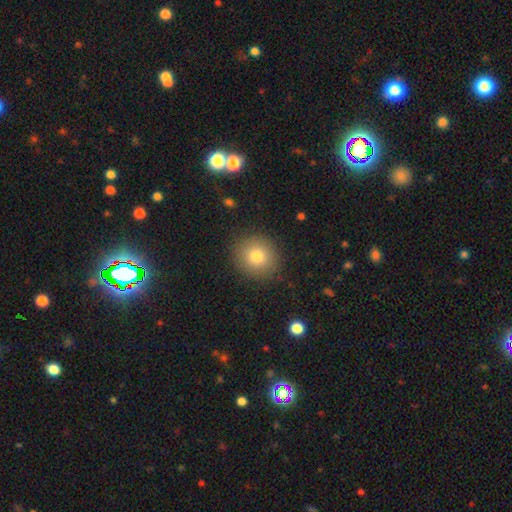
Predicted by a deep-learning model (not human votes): Smooth or featured? smooth (78%)
How rounded? round (88%)
Merging? none (90%)